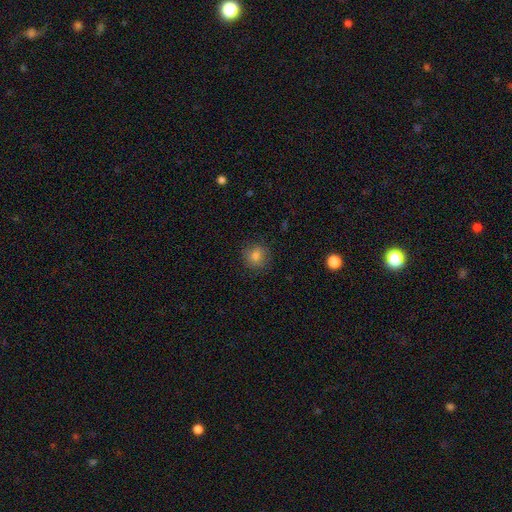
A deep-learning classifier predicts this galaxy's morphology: Q: Smooth or featured?
A: smooth (79%); runner-up: star or artifact (12%)
Q: How rounded?
A: round (88%); runner-up: in between (11%)
Q: Merging?
A: none (85%); runner-up: minor disturbance (11%)